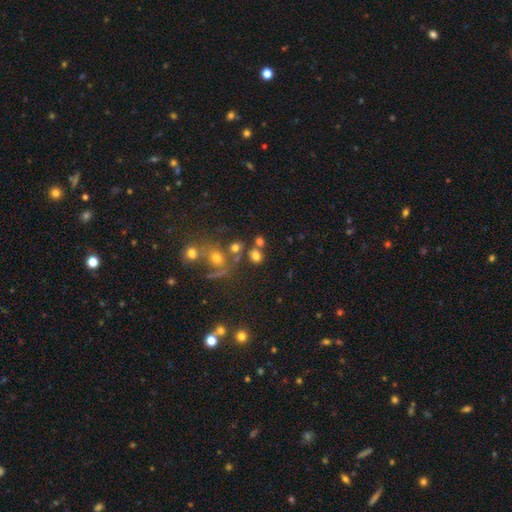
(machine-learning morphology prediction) type=smooth (70%); roundness=round (62%); merging=none (57%).